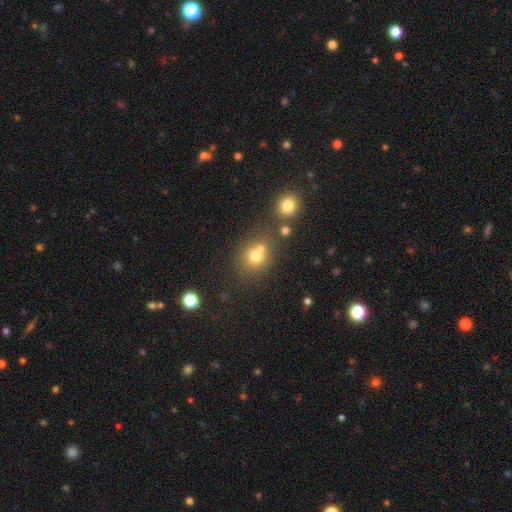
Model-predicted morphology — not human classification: smooth 71%, star or artifact 16%, featured or disk 13%. Down the decision tree: how rounded — round (72%); merging — none (51%).